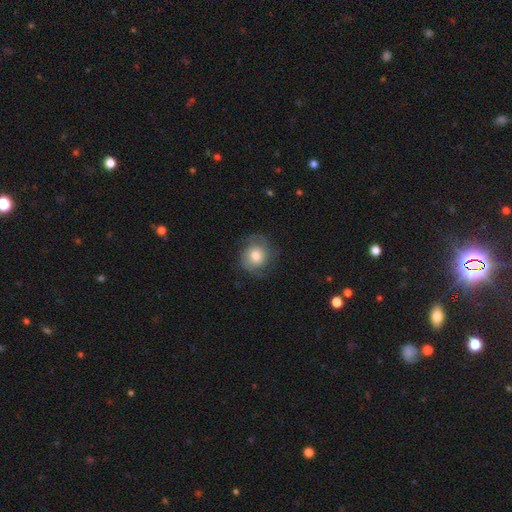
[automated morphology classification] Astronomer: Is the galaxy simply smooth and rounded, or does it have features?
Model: smooth — 47% (runner-up: featured or disk, 45%).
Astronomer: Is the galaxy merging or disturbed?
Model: none — 72%.